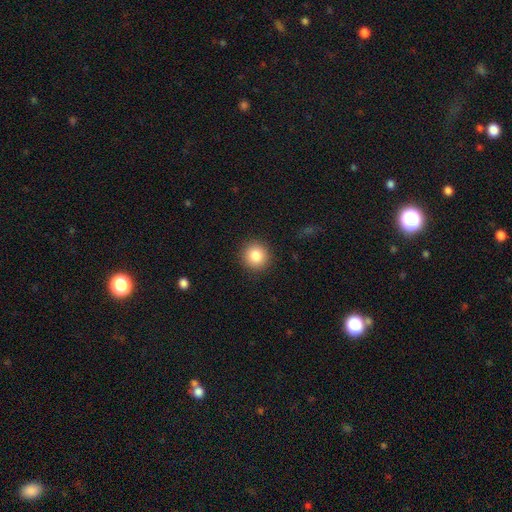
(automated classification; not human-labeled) A smooth galaxy with no disk features (84%) that is round (94%). Merging: none (91%).